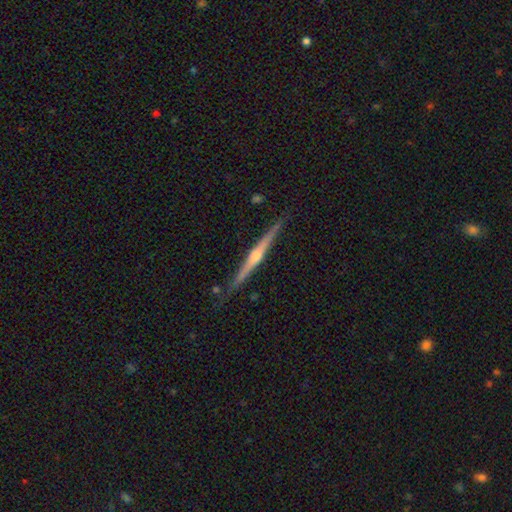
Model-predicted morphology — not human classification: smooth-or-featured: featured or disk: 84% | smooth: 11% | star or artifact: 5%
  disk-edge-on: yes: 99% | no: 1%
    edge-on-bulge: rounded: 88% | none: 7% | boxy: 5%
  merging: none: 90% | minor disturbance: 8% | major disturbance: 1% | merger: 1%